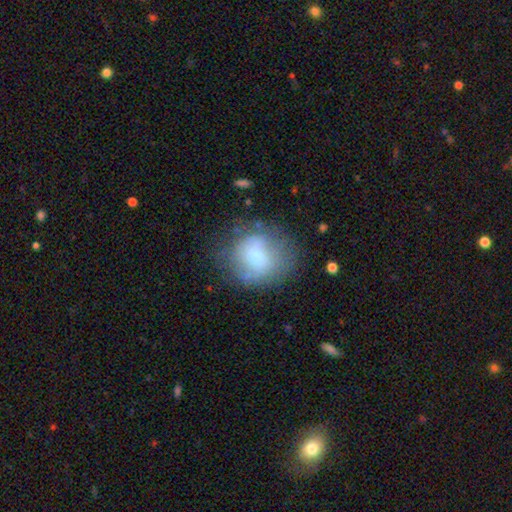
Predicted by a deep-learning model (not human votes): Overall: smooth (61%; featured or disk 28%). How rounded: round (80%). Merging: none (62%; minor disturbance 23%).